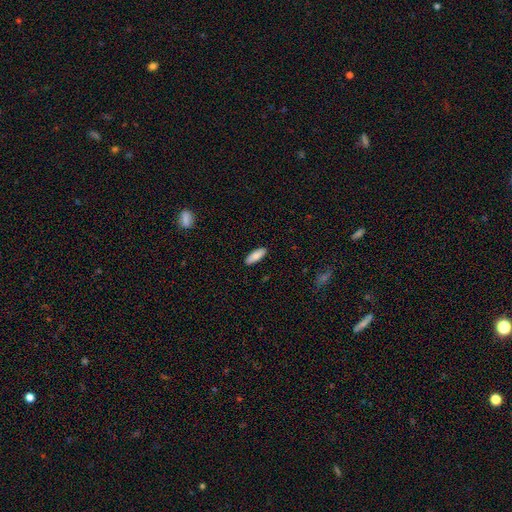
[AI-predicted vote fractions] The model was most divided on "how rounded": in between: 66%, cigar-shaped: 33%, round: 2%. More confident: merging — none (89%); smooth or featured — smooth (84%).